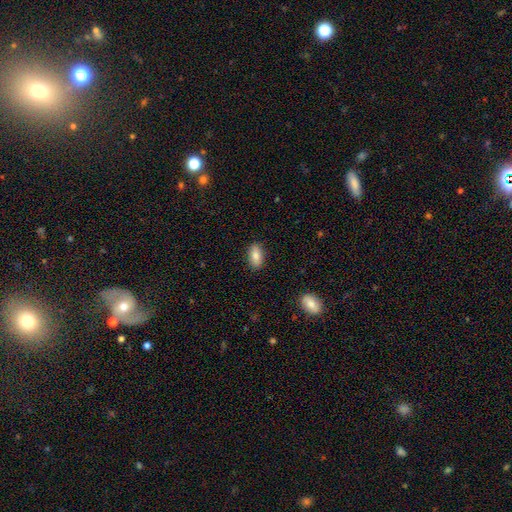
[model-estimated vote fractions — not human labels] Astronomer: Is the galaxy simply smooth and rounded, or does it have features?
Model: smooth — 84%.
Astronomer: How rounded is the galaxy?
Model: in between — 88%.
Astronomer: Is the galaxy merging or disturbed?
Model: none — 88%.